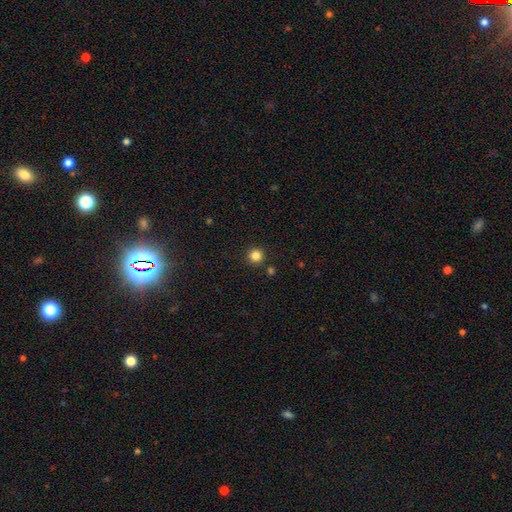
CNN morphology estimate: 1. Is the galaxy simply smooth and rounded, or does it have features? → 83% smooth, 13% star or artifact, 4% featured or disk.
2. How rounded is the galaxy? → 95% round, 4% in between, 1% cigar-shaped.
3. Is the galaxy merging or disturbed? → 90% none, 5% minor disturbance, 3% merger, 2% major disturbance.